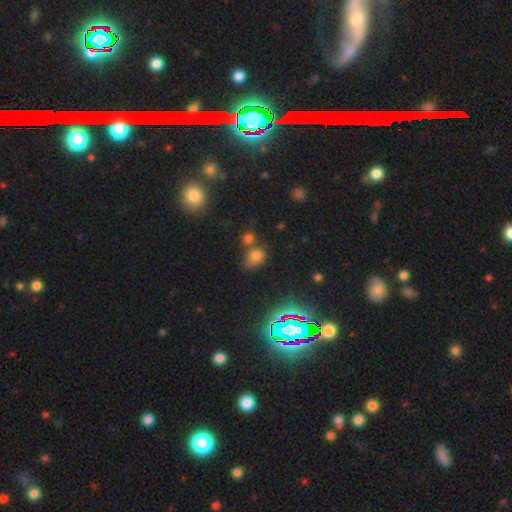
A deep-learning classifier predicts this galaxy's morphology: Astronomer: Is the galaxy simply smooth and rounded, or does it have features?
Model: smooth — 61%.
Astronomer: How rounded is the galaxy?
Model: in between — 50% (runner-up: round, 48%).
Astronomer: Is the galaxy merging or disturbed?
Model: none — 46% (runner-up: merger, 29%).